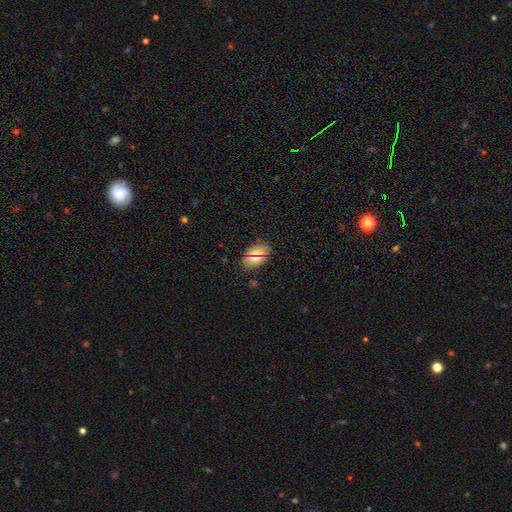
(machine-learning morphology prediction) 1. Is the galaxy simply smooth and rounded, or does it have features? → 68% smooth, 18% star or artifact, 14% featured or disk.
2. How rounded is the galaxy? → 87% in between, 10% round, 3% cigar-shaped.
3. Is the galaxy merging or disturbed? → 84% none, 12% minor disturbance, 3% major disturbance, 2% merger.